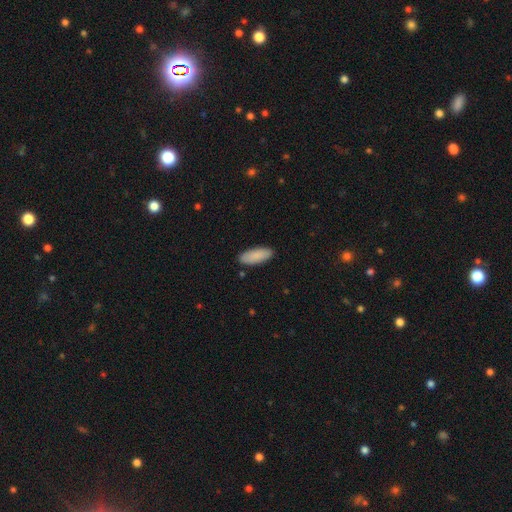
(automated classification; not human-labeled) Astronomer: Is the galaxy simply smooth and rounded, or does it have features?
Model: smooth — 89%.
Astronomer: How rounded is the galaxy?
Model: in between — 78%.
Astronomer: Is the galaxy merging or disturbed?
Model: none — 88%.